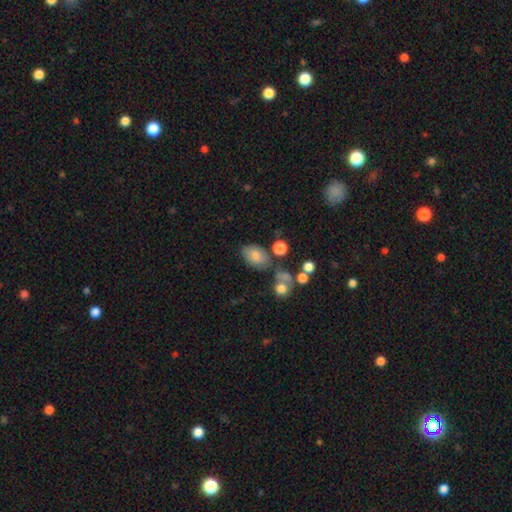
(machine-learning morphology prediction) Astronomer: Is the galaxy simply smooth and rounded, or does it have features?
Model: smooth — 79%.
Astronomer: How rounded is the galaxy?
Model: in between — 87%.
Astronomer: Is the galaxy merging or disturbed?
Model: none — 60%.